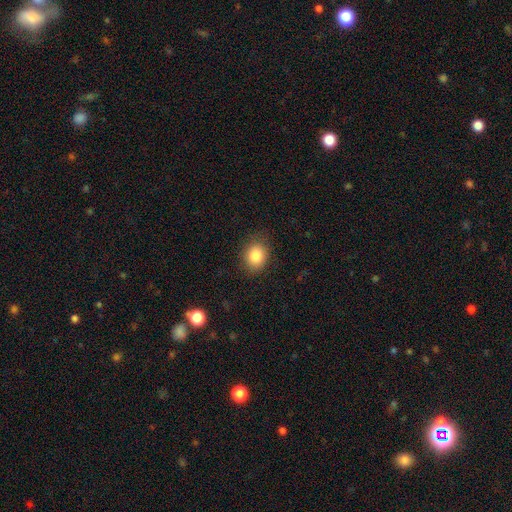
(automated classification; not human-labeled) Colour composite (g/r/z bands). It shows a smooth galaxy with no disk features (86%) that is in between round and cigar-shaped (53%). Merging: none (83%).